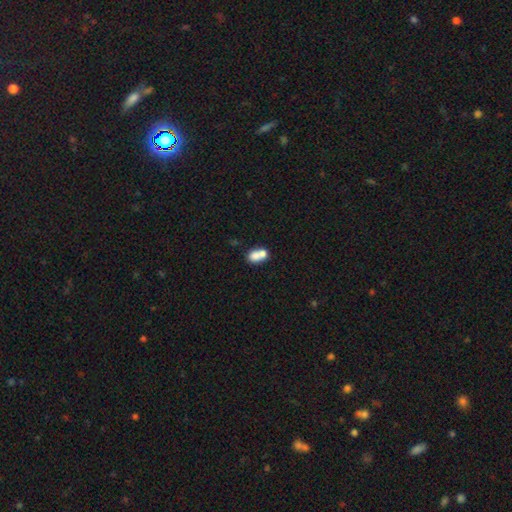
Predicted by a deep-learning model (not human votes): smooth 73%, featured or disk 18%, star or artifact 9%. Down the decision tree: how rounded — in between (77%); merging — merger (55%).